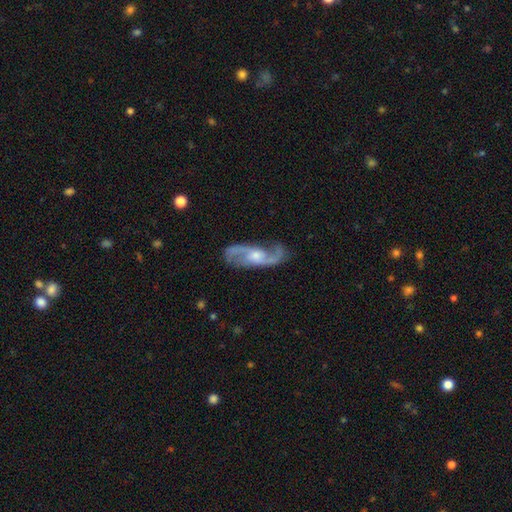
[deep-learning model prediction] The model was most divided on "spiral winding": loose: 46%, medium: 43%, tight: 11%. More confident: spiral arms — yes (97%); edge-on disk — no (93%); spiral arm count — 2 (91%); smooth or featured — featured or disk (88%); merging — none (76%); bar — no (54%); bulge size — moderate (52%).